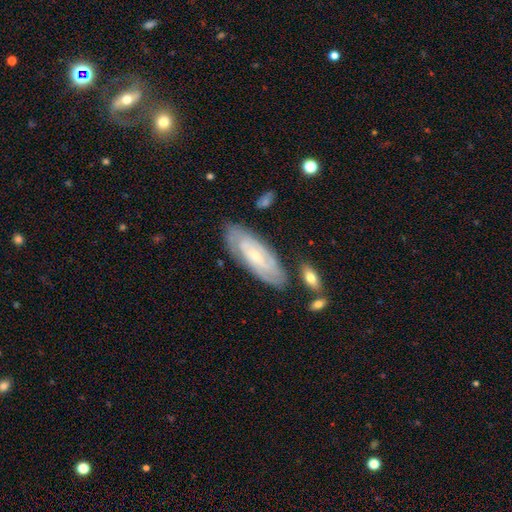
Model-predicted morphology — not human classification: Smooth or featured: featured or disk — 67% (smooth — 26%)
Edge-on disk: no — 86% (yes — 14%)
Bar: no — 55% (weak — 35%)
Spiral arms: yes — 83% (no — 17%)
Bulge size: small — 69% (moderate — 26%)
Merging: none — 78% (minor disturbance — 15%)